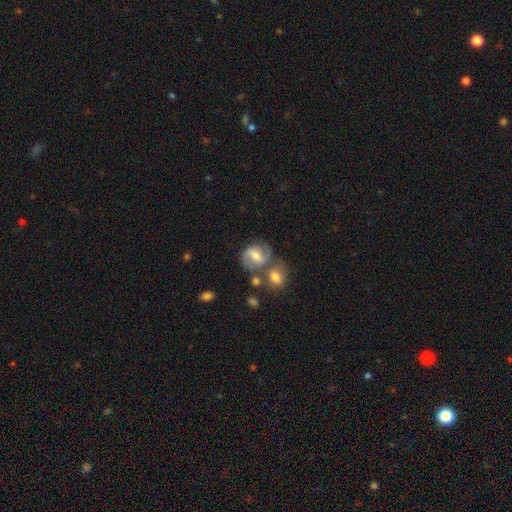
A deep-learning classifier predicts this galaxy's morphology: Smooth or featured?
  - featured or disk: 63% *
  - smooth: 29%
  - star or artifact: 8%
Edge-on disk?
  - no: 97% *
  - yes: 3%
Bar?
  - weak: 48% *
  - strong: 29%
  - no: 23%
Spiral arms?
  - yes: 85% *
  - no: 15%
Spiral winding?
  - medium: 52% *
  - tight: 25%
  - loose: 22%
Spiral arm count?
  - 2: 82% *
  - can't tell: 9%
  - 1: 4%
  - 3: 2%
  - 4: 1%
  - more than 4: 1%
Bulge size?
  - moderate: 58% *
  - small: 30%
  - large: 7%
  - none: 4%
  - dominant: 1%
Merging?
  - none: 49% *
  - merger: 28%
  - minor disturbance: 15%
  - major disturbance: 8%